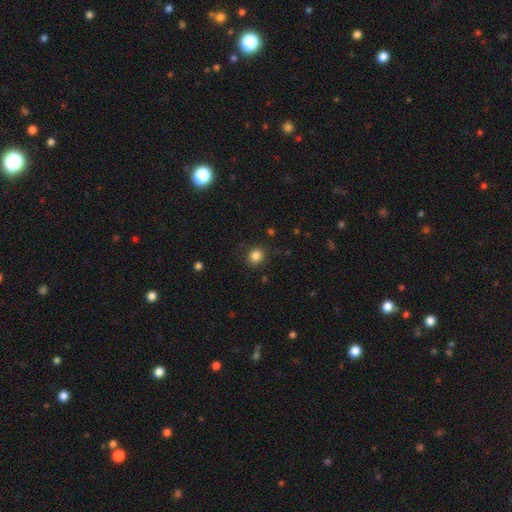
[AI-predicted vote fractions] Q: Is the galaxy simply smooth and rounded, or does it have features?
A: smooth — 84%.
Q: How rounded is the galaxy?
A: round — 84%.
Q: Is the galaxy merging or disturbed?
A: none — 87%.